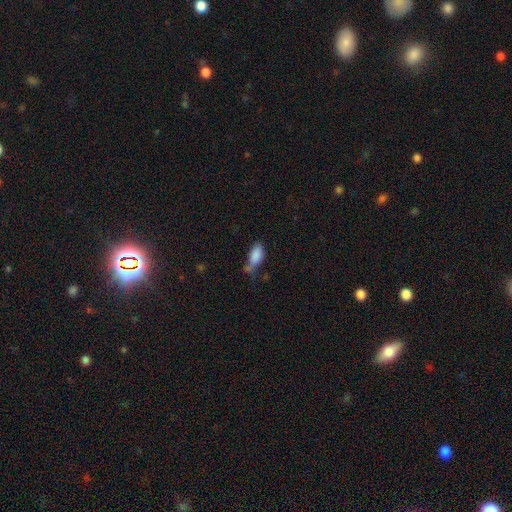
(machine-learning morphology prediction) Smooth or featured? smooth (84%)
How rounded? in between (89%)
Merging? none (39%)